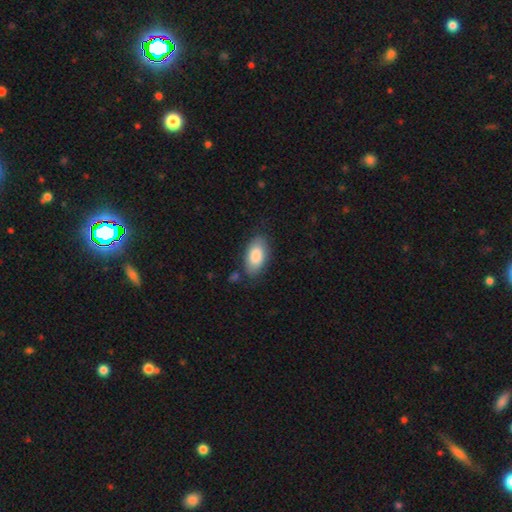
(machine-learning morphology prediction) smooth-or-featured: smooth: 85% | featured or disk: 9% | star or artifact: 6%
  how-rounded: in between: 94% | round: 3% | cigar-shaped: 3%
  merging: none: 79% | minor disturbance: 15% | major disturbance: 4% | merger: 3%